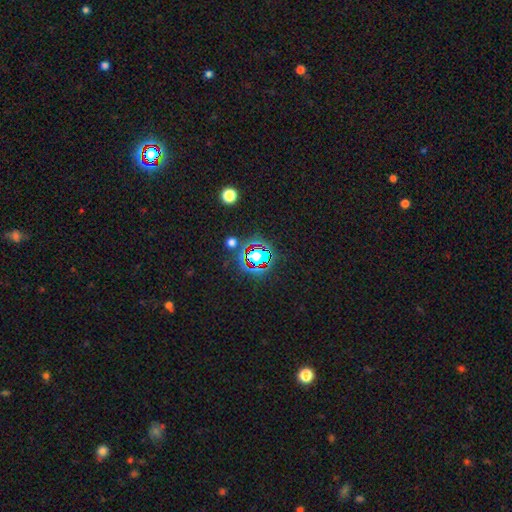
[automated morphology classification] Smooth or featured? Predicted: star or artifact (p=0.64).